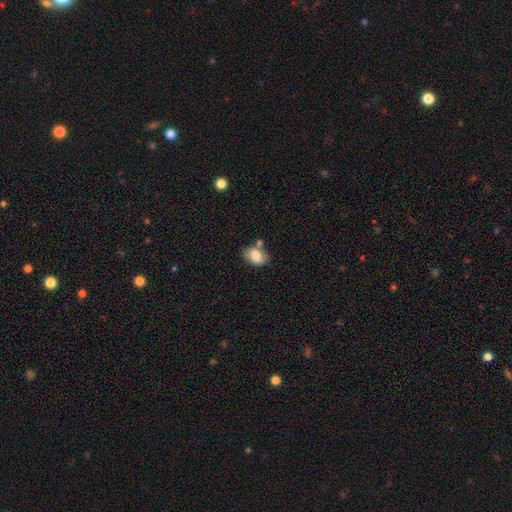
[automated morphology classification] type=smooth (82%); roundness=in between (80%); merging=none (60%).